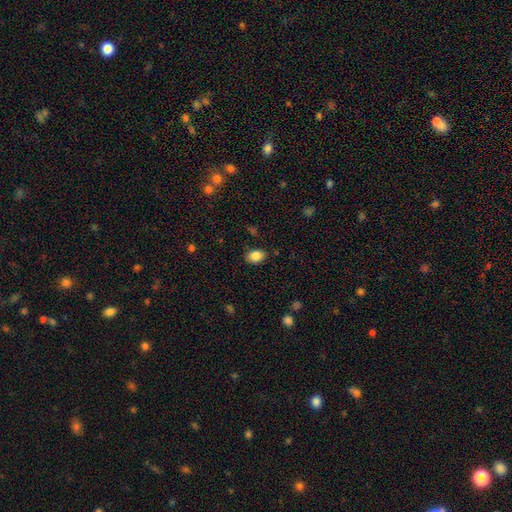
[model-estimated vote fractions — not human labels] Smooth or featured? Predicted: smooth (p=0.86). How rounded? Predicted: in between (p=0.82). Merging? Predicted: none (p=0.85).